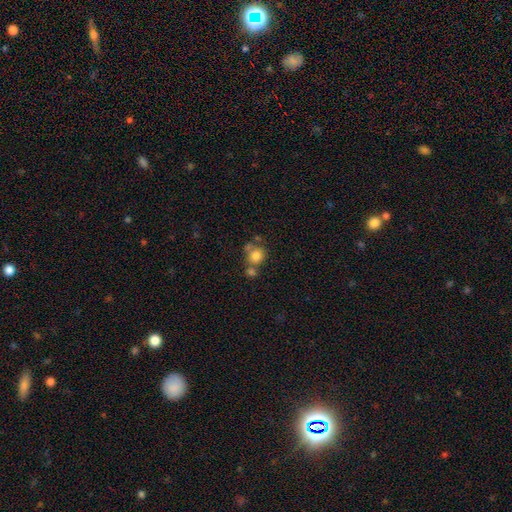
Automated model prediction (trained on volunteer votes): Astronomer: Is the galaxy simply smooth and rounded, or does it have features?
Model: smooth — 79%.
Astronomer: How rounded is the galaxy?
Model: round — 79%.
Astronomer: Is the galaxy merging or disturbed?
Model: none — 47% (runner-up: merger, 34%).